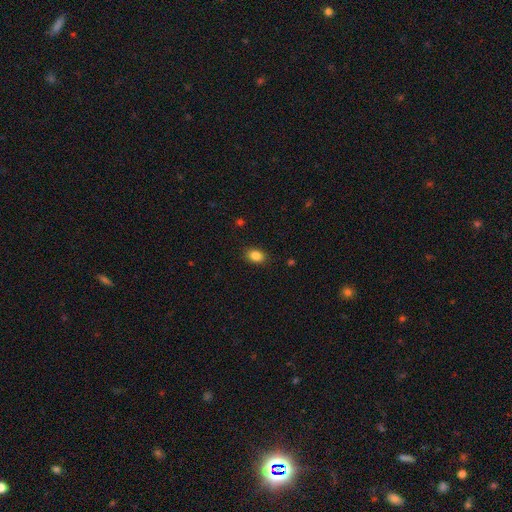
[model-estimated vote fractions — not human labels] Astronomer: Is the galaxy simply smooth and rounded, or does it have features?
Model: smooth — 86%.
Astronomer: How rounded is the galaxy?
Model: in between — 75%.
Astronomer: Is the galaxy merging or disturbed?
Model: none — 88%.